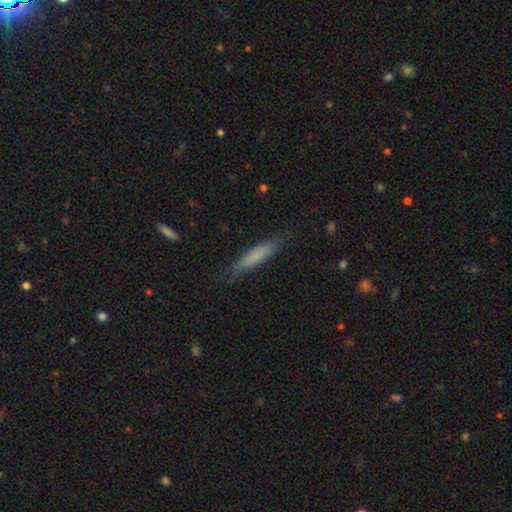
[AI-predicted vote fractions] This appears to be a smooth galaxy with no disk features (73%) that is cigar-shaped (89%). Merging: none (82%).